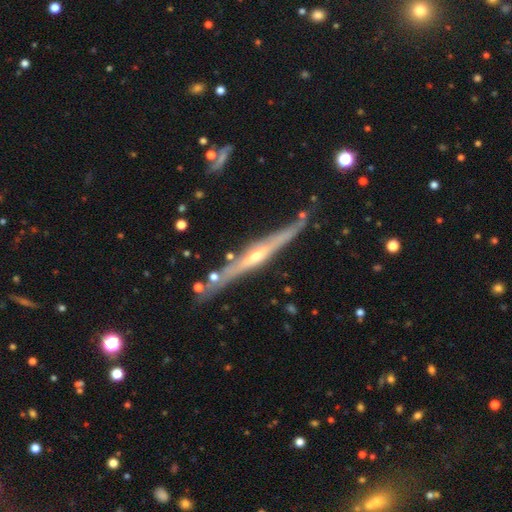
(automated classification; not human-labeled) The model was most divided on "edge-on bulge": rounded: 72%, none: 22%, boxy: 5%. More confident: edge-on disk — yes (95%); merging — none (80%); smooth or featured — featured or disk (78%).